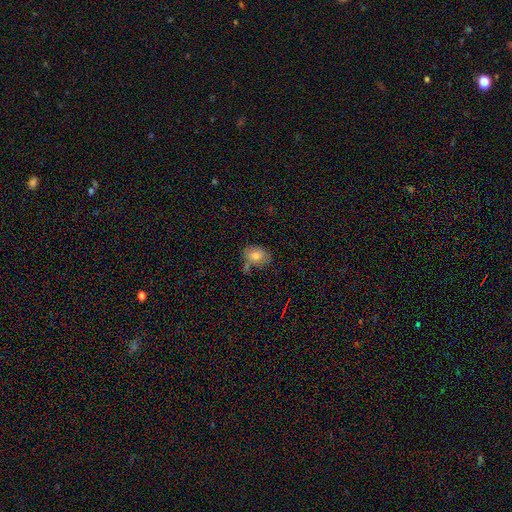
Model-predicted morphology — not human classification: type=smooth (77%); roundness=in between (70%); merging=none (64%).